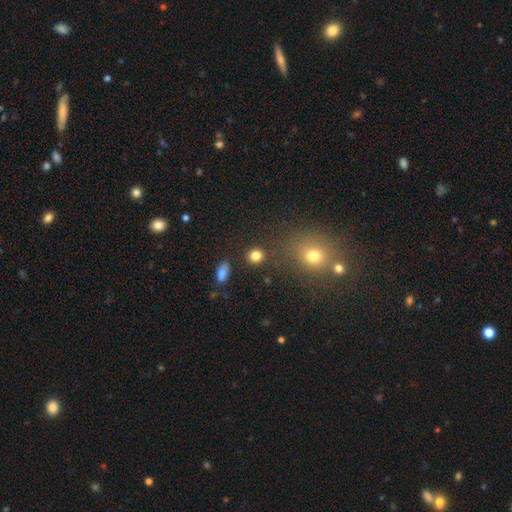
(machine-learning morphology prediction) This is clearly a smooth galaxy (83%). How rounded: clearly round (84%). Merging: clearly none (85%).